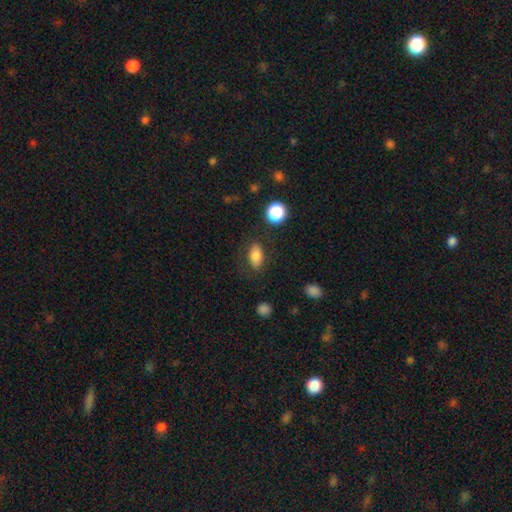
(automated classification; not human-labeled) Smooth or featured? Predicted: smooth (p=0.80). How rounded? Predicted: in between (p=0.87). Merging? Predicted: none (p=0.78).